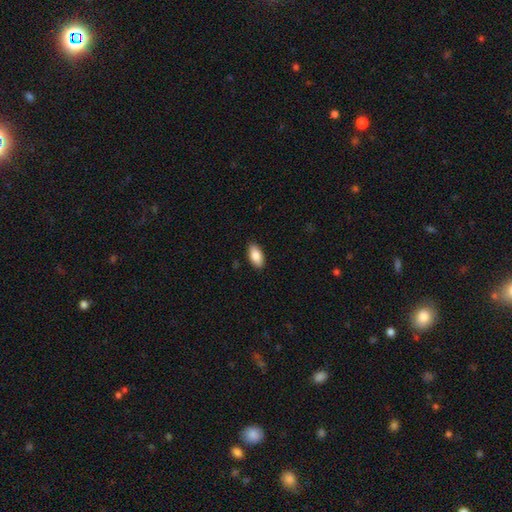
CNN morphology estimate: Overall: smooth (86%). How rounded: in between (91%). Merging: none (89%).